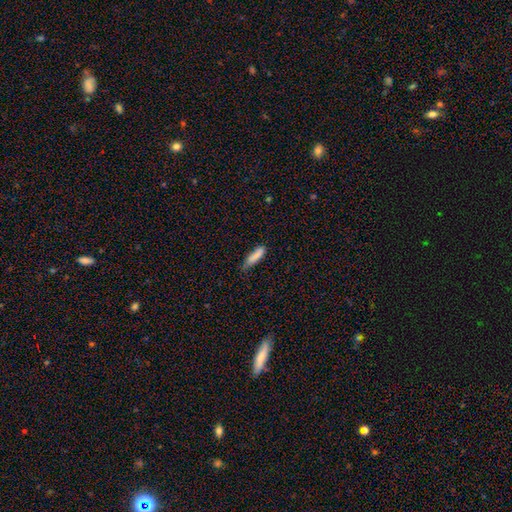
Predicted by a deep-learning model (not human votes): The model was most divided on "merging": none: 60%, minor disturbance: 32%, major disturbance: 6%, merger: 2%. More confident: smooth or featured — smooth (85%); how rounded — cigar-shaped (70%).